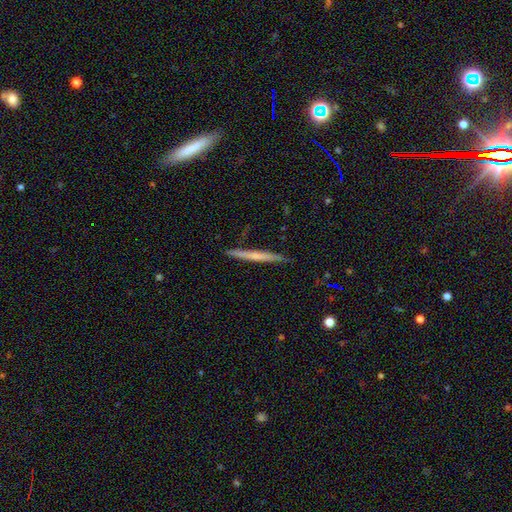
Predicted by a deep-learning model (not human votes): This appears to be a featured or disk galaxy (47%, tied with smooth). Merging: none (89%).